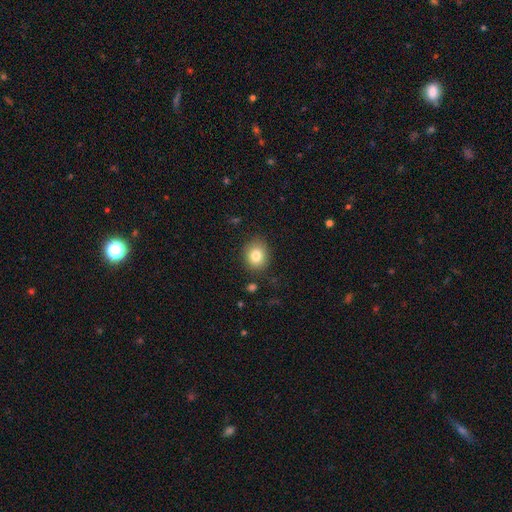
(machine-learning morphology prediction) smooth-or-featured: smooth: 81% | star or artifact: 10% | featured or disk: 8%
  how-rounded: round: 69% | in between: 30% | cigar-shaped: 1%
  merging: none: 85% | minor disturbance: 10% | major disturbance: 3% | merger: 2%